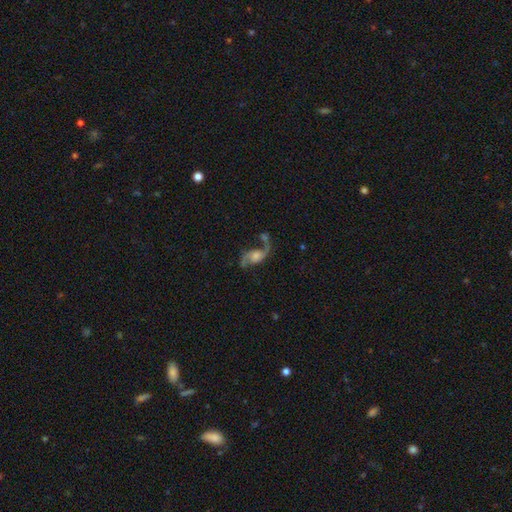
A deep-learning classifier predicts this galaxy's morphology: Smooth or featured?
  - featured or disk: 84% *
  - smooth: 8%
  - star or artifact: 7%
Edge-on disk?
  - no: 96% *
  - yes: 4%
Bar?
  - no: 59% *
  - weak: 33%
  - strong: 8%
Spiral arms?
  - yes: 95% *
  - no: 5%
Spiral winding?
  - loose: 73% *
  - medium: 22%
  - tight: 5%
Spiral arm count?
  - 2: 89% *
  - 1: 5%
  - can't tell: 2%
  - 3: 1%
  - 4: 1%
  - more than 4: 1%
Bulge size?
  - moderate: 44% *
  - small: 30%
  - large: 13%
  - none: 11%
  - dominant: 2%
Merging?
  - none: 52% *
  - merger: 17%
  - minor disturbance: 16%
  - major disturbance: 16%